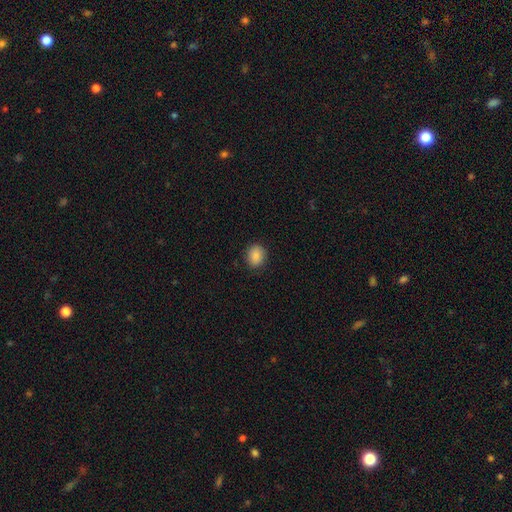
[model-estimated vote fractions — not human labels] Smooth or featured: smooth — 87% (star or artifact — 8%)
How rounded: round — 58% (in between — 41%)
Merging: none — 87% (minor disturbance — 10%)